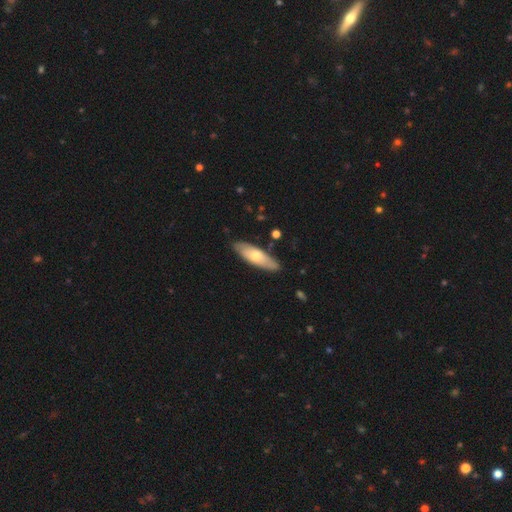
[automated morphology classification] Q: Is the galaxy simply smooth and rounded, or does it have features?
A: smooth — 59%.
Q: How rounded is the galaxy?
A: in between — 51%.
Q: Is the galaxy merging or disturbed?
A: none — 83%.